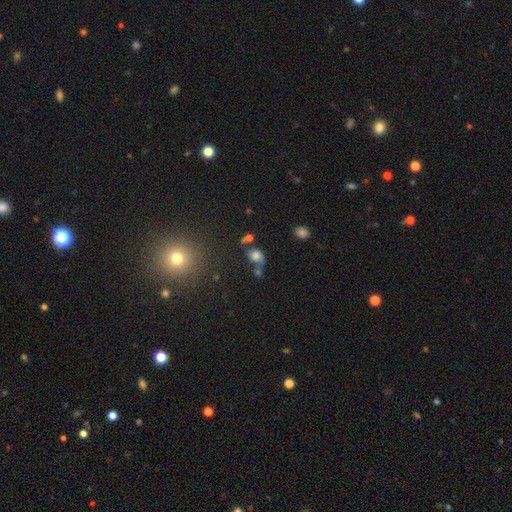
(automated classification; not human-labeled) The model was most divided on "merging": none: 40%, merger: 29%, minor disturbance: 19%, major disturbance: 12%. More confident: smooth or featured — smooth (70%); how rounded — in between (58%).